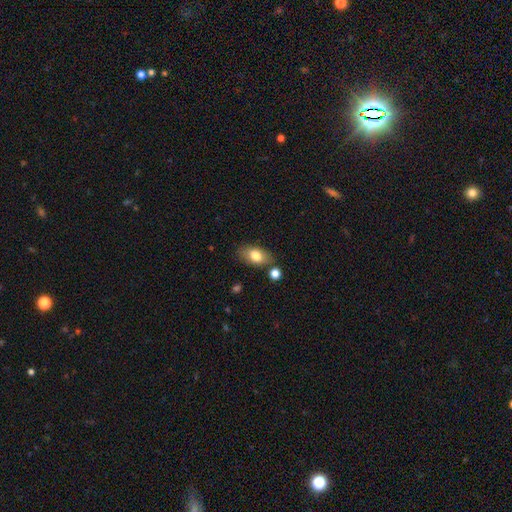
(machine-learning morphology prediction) Q: Smooth or featured?
A: smooth (77%); runner-up: featured or disk (15%)
Q: How rounded?
A: in between (89%); runner-up: round (8%)
Q: Merging?
A: none (77%); runner-up: minor disturbance (14%)